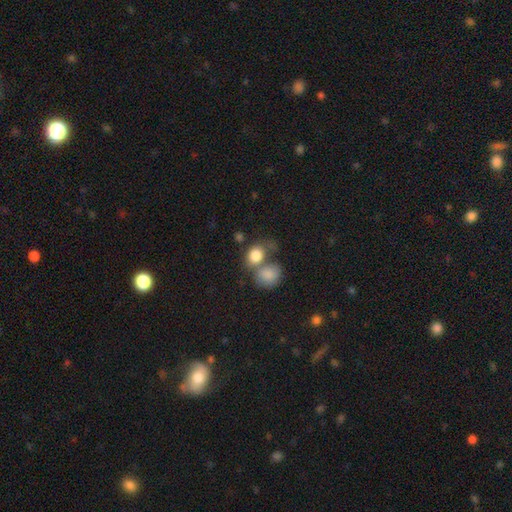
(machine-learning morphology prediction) Overall: smooth (82%). How rounded: round (52%; in between 47%). Merging: merger (49%; none 31%).